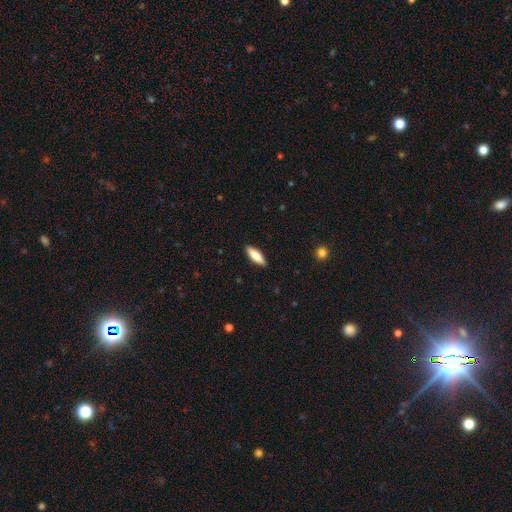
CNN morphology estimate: type=smooth (79%); roundness=cigar-shaped (51%); merging=none (89%).